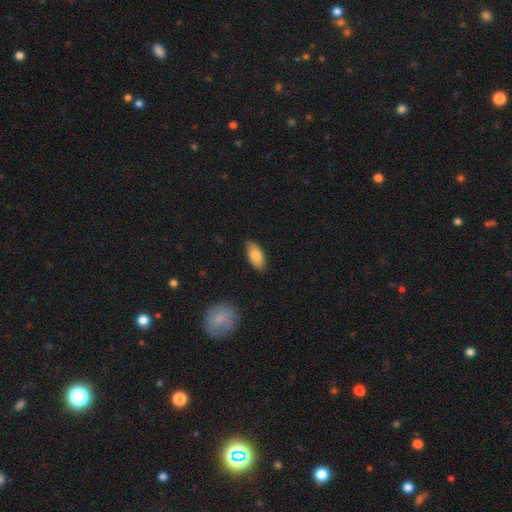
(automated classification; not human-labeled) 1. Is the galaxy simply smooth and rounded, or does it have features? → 82% smooth, 11% featured or disk, 7% star or artifact.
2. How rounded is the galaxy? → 90% in between, 7% cigar-shaped, 2% round.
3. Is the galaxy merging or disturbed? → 84% none, 12% minor disturbance, 2% major disturbance, 1% merger.